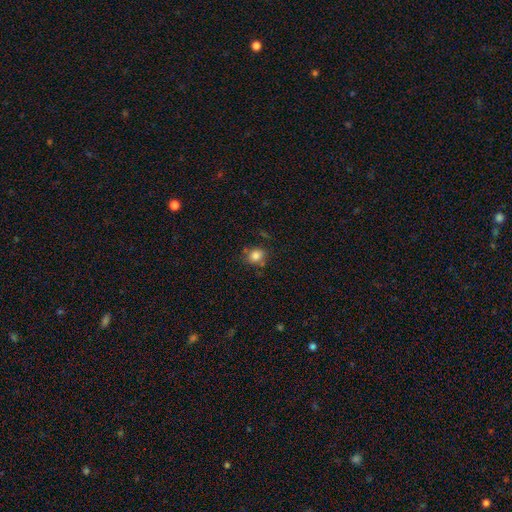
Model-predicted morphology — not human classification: This is clearly a smooth galaxy (82%). How rounded: likely round (70%). Merging: likely none (72%).